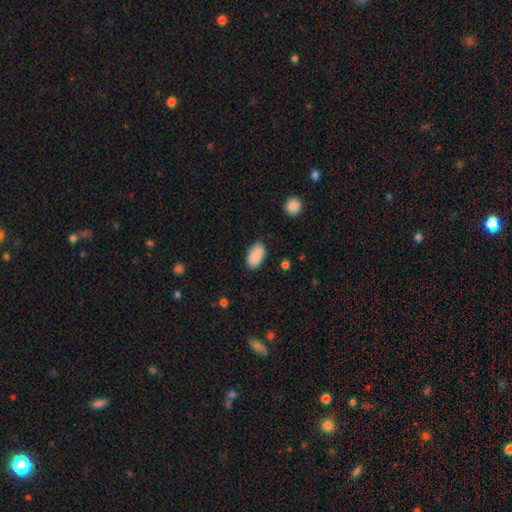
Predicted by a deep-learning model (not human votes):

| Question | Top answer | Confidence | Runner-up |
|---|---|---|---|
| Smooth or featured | smooth | 88% | star or artifact (7%) |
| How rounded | in between | 93% | round (5%) |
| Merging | none | 78% | minor disturbance (17%) |